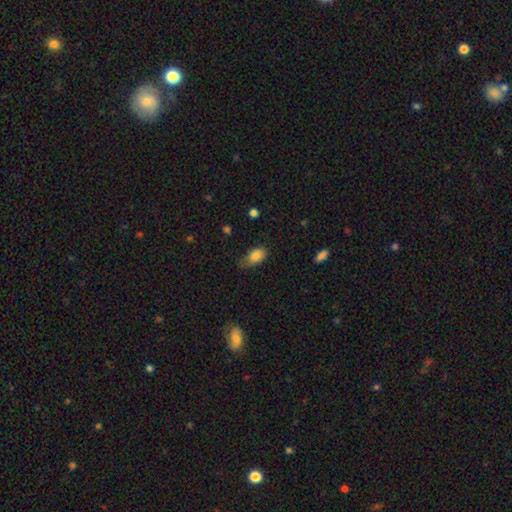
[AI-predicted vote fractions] Overall: smooth (81%). How rounded: in between (89%). Merging: none (54%; minor disturbance 35%).